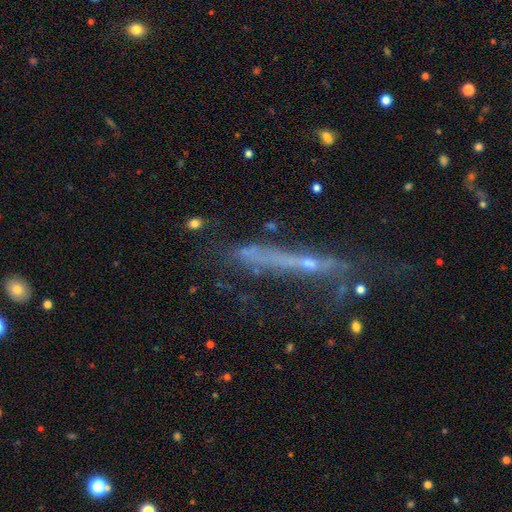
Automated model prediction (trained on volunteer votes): Smooth or featured? Predicted: featured or disk (p=0.54). Edge-on disk? Predicted: yes (p=0.72). Merging? Predicted: none (p=0.44).